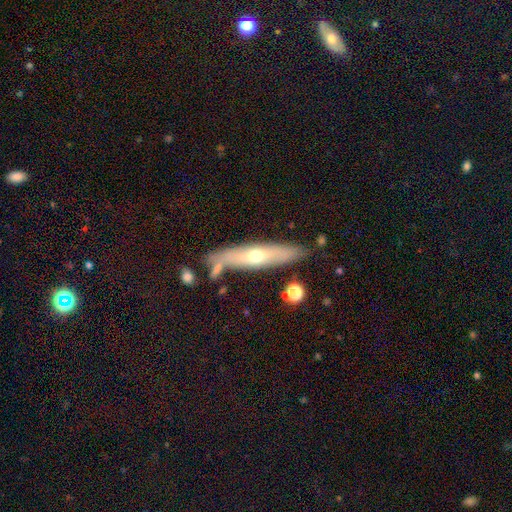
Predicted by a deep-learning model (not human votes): smooth-or-featured: featured or disk: 50% | smooth: 43% | star or artifact: 7%
  disk-edge-on: yes: 73% | no: 27%
  merging: none: 77% | minor disturbance: 13% | merger: 6% | major disturbance: 3%